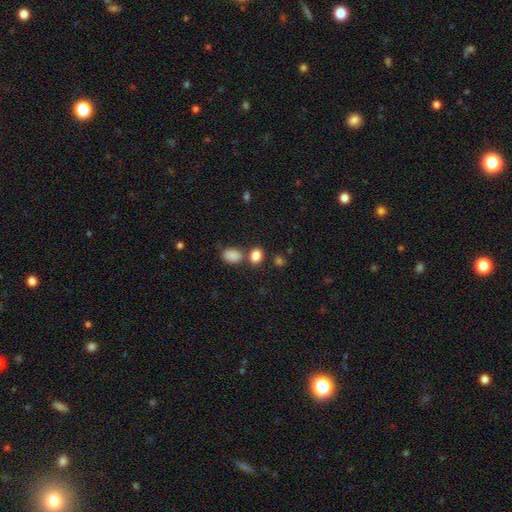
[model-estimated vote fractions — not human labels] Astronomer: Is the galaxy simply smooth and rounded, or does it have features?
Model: smooth — 85%.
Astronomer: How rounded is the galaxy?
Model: in between — 64%.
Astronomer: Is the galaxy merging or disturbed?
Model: none — 62%.